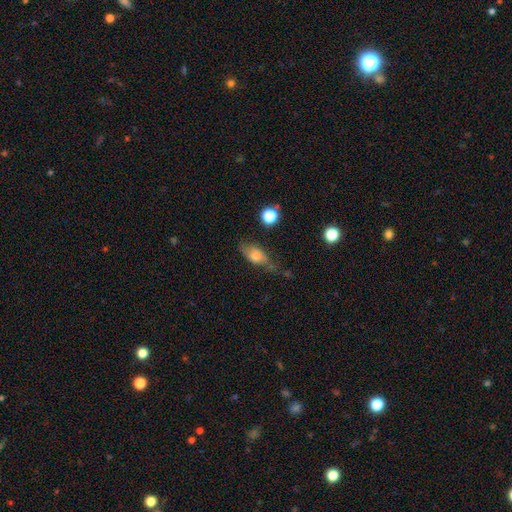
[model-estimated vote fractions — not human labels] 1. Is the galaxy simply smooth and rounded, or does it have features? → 66% smooth, 24% featured or disk, 10% star or artifact.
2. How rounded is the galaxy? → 78% in between, 11% round, 11% cigar-shaped.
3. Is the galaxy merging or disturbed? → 48% none, 32% minor disturbance, 15% major disturbance, 5% merger.